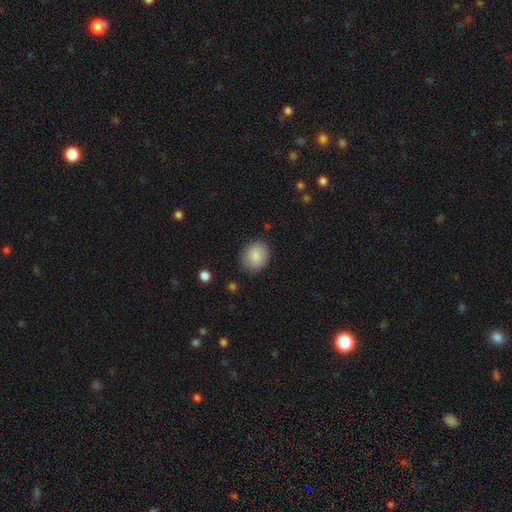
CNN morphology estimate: smooth-or-featured: smooth: 87% | star or artifact: 7% | featured or disk: 5%
  how-rounded: round: 59% | in between: 40% | cigar-shaped: 1%
  merging: none: 85% | minor disturbance: 11% | major disturbance: 3% | merger: 1%